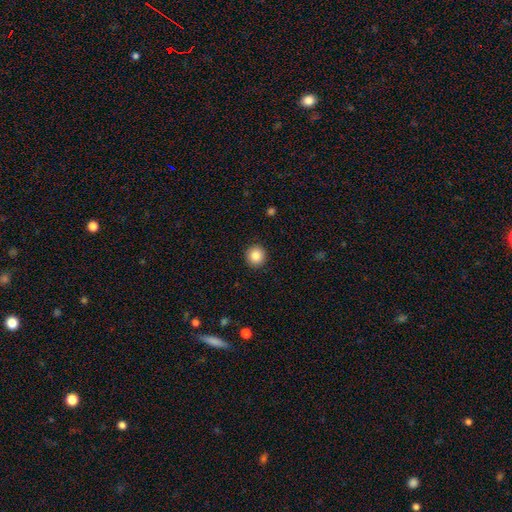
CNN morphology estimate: Q: Smooth or featured?
A: smooth (86%); runner-up: star or artifact (9%)
Q: How rounded?
A: round (94%); runner-up: in between (5%)
Q: Merging?
A: none (92%); runner-up: minor disturbance (5%)